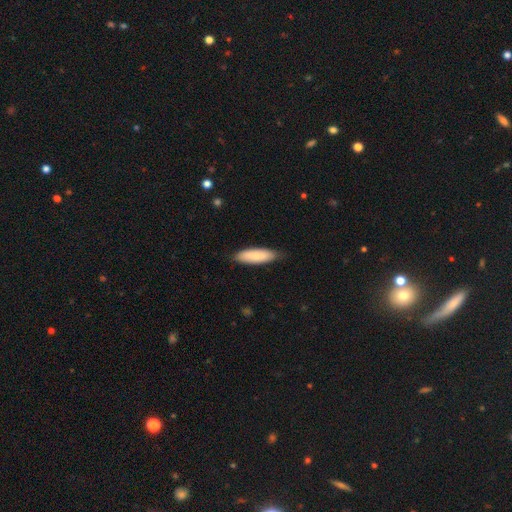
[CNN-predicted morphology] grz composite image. It shows a smooth galaxy with no disk features (83%) that is in between round and cigar-shaped (55%). Merging: none (81%).